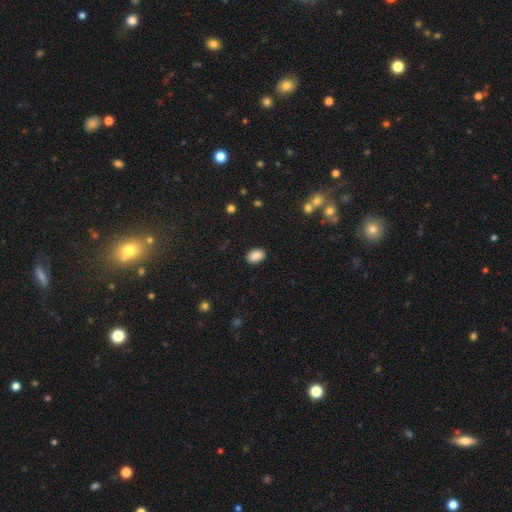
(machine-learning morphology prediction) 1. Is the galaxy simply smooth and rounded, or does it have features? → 88% smooth, 8% star or artifact, 3% featured or disk.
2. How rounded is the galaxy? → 82% in between, 17% round, 1% cigar-shaped.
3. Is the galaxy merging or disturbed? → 88% none, 9% minor disturbance, 2% major disturbance, 1% merger.